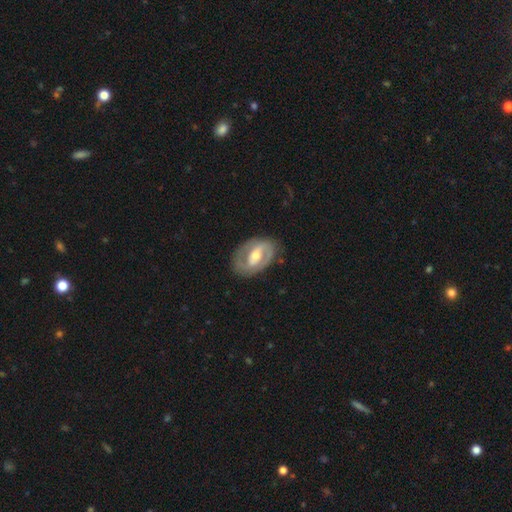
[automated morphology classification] type=featured or disk (75%); edge-on=no (95%); bar=strong (42%); spiral arms=yes (70%); bulge=moderate (67%); merging=none (79%).